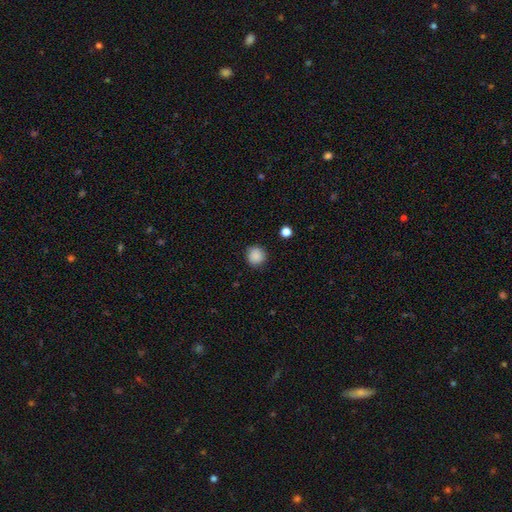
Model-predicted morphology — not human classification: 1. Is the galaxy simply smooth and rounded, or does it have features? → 88% smooth, 9% star or artifact, 3% featured or disk.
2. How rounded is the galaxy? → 93% round, 6% in between, 1% cigar-shaped.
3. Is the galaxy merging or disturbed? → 89% none, 7% minor disturbance, 2% major disturbance, 1% merger.